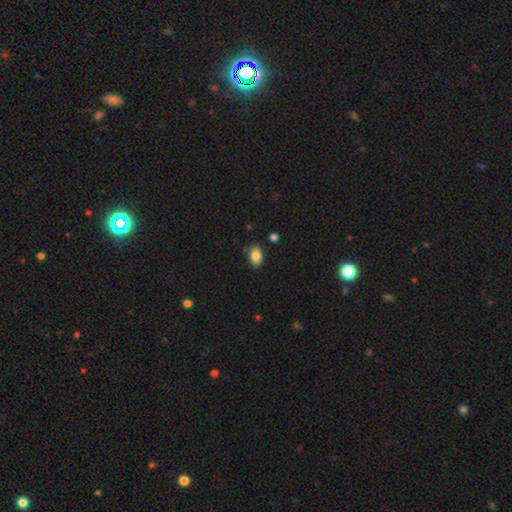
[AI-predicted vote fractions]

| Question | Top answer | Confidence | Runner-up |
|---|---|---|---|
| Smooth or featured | smooth | 86% | star or artifact (8%) |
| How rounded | in between | 91% | round (6%) |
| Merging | none | 83% | minor disturbance (12%) |